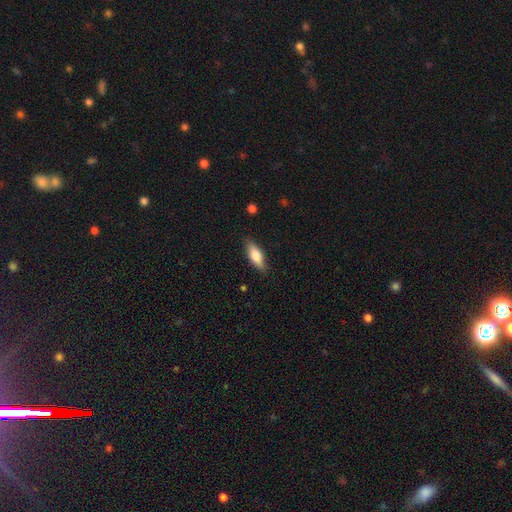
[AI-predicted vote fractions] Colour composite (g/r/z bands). It shows a smooth galaxy with no disk features (70%) that is in between round and cigar-shaped (66%). Merging: none (85%).